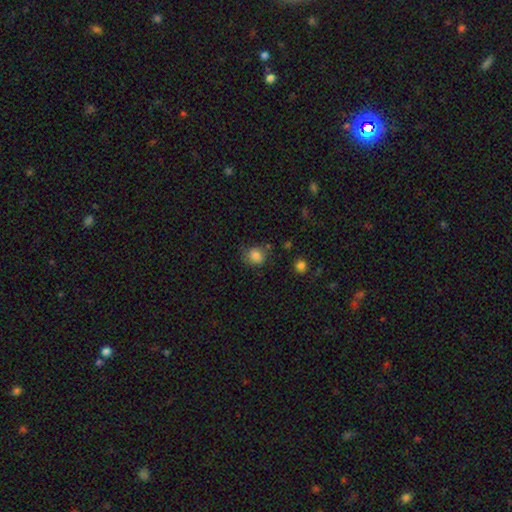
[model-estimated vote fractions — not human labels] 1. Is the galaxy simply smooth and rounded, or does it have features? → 83% smooth, 11% star or artifact, 7% featured or disk.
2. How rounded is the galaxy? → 72% round, 27% in between, 1% cigar-shaped.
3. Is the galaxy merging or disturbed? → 68% none, 22% minor disturbance, 7% major disturbance, 4% merger.